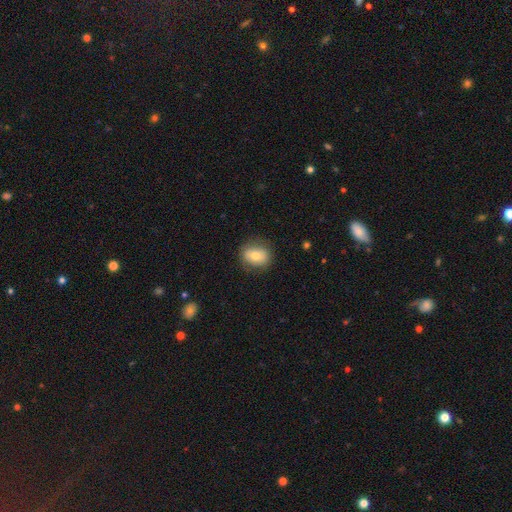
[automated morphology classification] type=smooth (74%); roundness=round (53%); merging=none (82%).